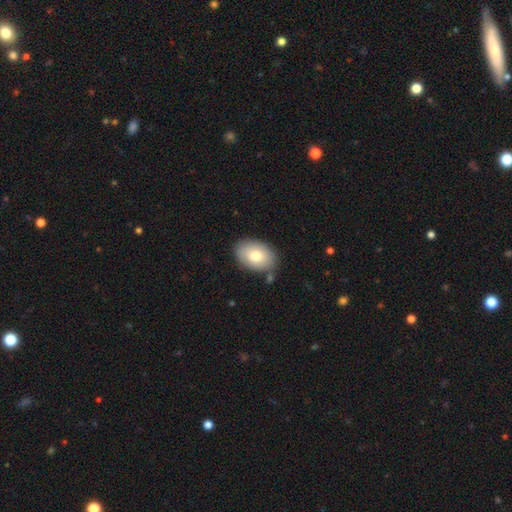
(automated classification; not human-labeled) Smooth or featured? Predicted: smooth (p=0.79). How rounded? Predicted: in between (p=0.87). Merging? Predicted: none (p=0.82).